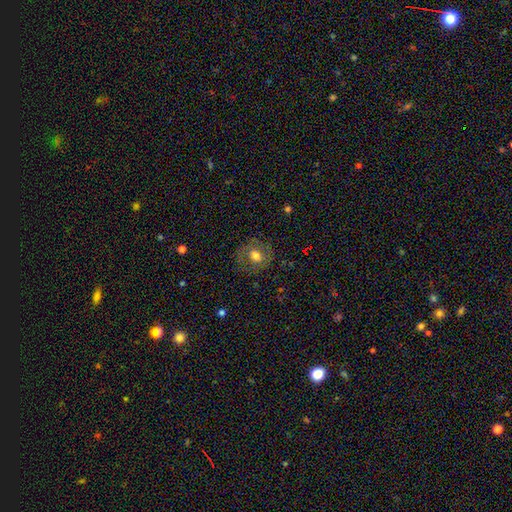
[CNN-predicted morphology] A smooth galaxy with no disk features (60%) that is round (78%).

Vote fractions:
- Smooth or featured? smooth: 60% / featured or disk: 30% / star or artifact: 10%
- How rounded? round: 78% / in between: 21% / cigar-shaped: 1%
- Merging? none: 80% / minor disturbance: 13% / major disturbance: 6% / merger: 1%